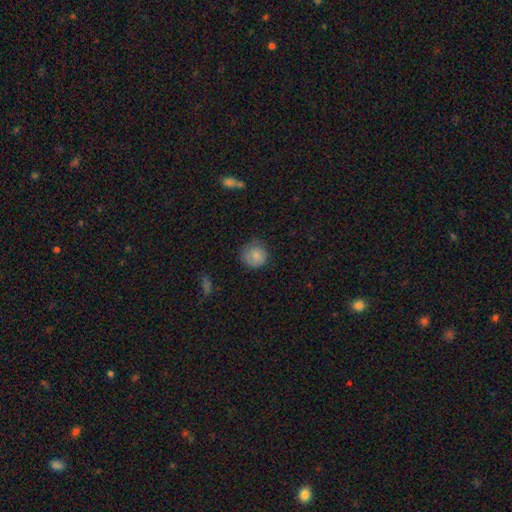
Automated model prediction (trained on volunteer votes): This is clearly a smooth galaxy (82%). How rounded: clearly round (89%). Merging: likely none (71%).